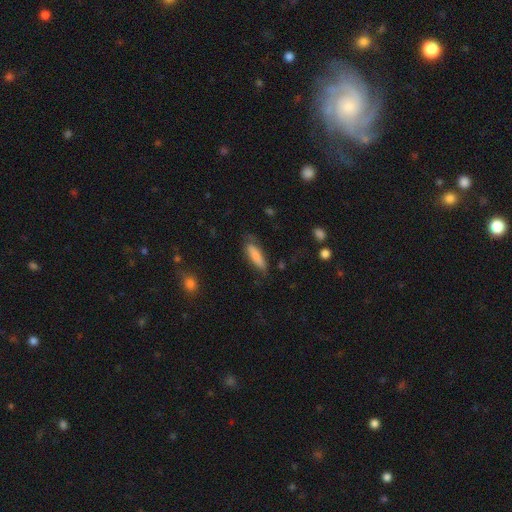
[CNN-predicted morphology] This appears to be a smooth galaxy with no disk features (79%) that is cigar-shaped (61%). Merging: none (68%).